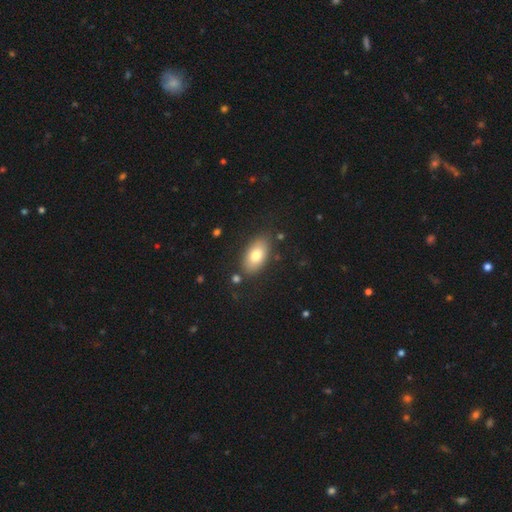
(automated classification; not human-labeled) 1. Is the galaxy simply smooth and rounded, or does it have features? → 77% smooth, 16% featured or disk, 7% star or artifact.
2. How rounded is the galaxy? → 92% in between, 5% round, 3% cigar-shaped.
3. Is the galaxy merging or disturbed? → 82% none, 12% minor disturbance, 3% major disturbance, 3% merger.